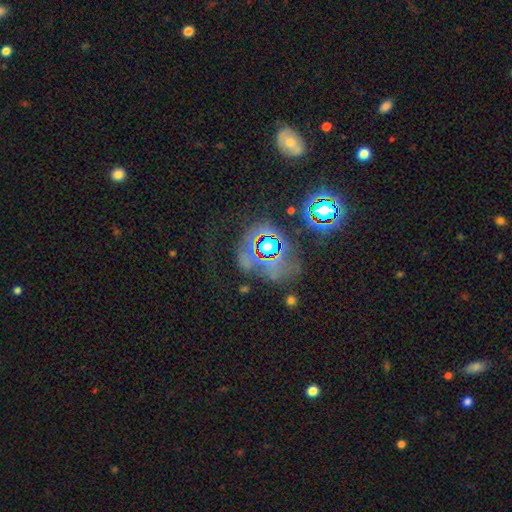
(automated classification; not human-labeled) Smooth or featured? Predicted: star or artifact (p=0.56).